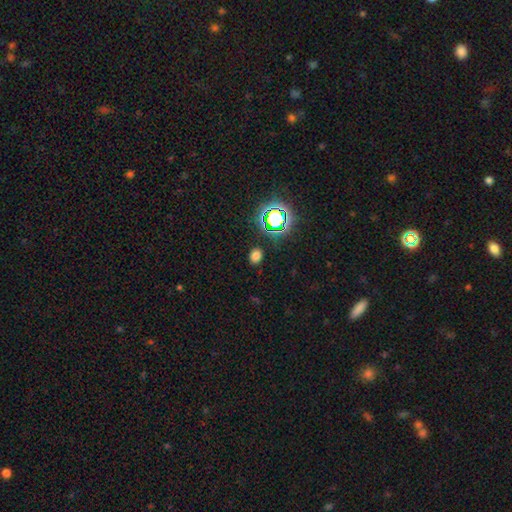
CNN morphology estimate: Smooth or featured: smooth — 70% (star or artifact — 24%)
How rounded: round — 52% (in between — 47%)
Merging: none — 87% (minor disturbance — 9%)